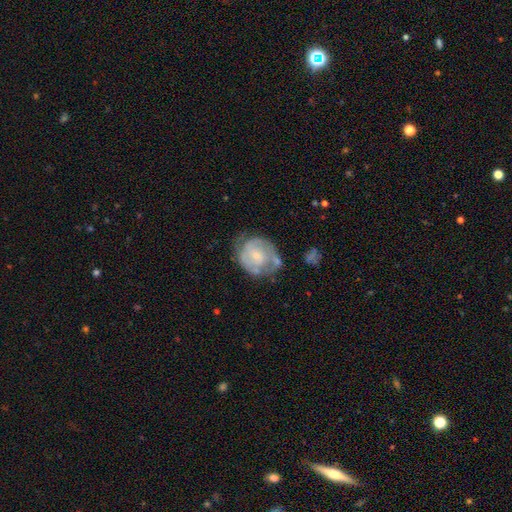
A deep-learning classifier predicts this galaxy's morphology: A featured or disk galaxy (70%) with no bar (68%), 2 (45%) tight (54%) spiral arms (80%) and a small central bulge (69%).

Vote fractions:
- Smooth or featured? featured or disk: 70% / smooth: 24% / star or artifact: 6%
- Edge-on disk? no: 98% / yes: 2%
- Bar? no: 68% / weak: 27% / strong: 5%
- Spiral arms? yes: 80% / no: 20%
- Spiral winding? tight: 54% / medium: 35% / loose: 12%
- Spiral arm count? 2: 45% / can't tell: 32% / 3: 10% / 1: 8% / 4: 3% / more than 4: 2%
- Bulge size? small: 69% / moderate: 26% / none: 3% / large: 2% / dominant: 1%
- Merging? none: 45% / minor disturbance: 28% / major disturbance: 17% / merger: 10%